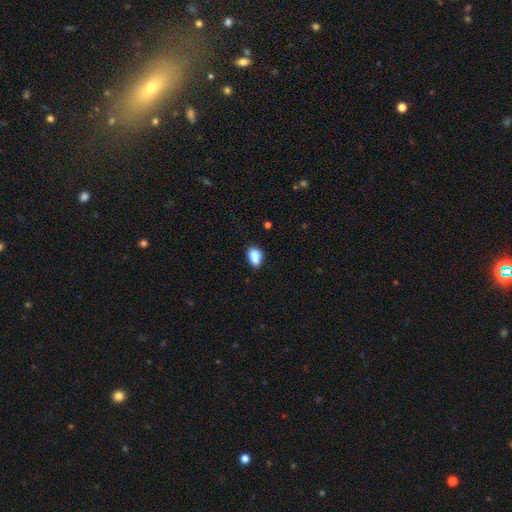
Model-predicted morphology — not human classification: A smooth galaxy with no disk features (85%) that is in between round and cigar-shaped (76%). Merging: none (68%).